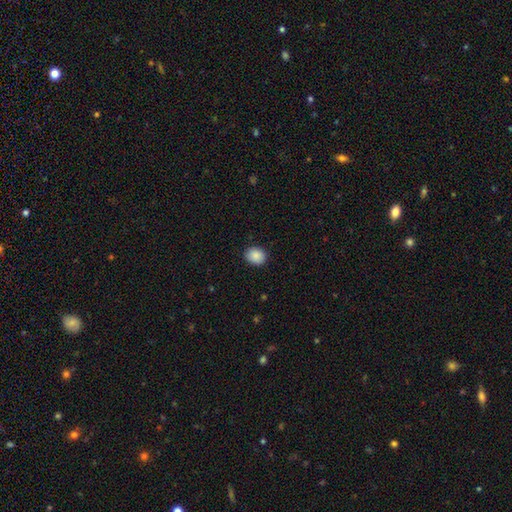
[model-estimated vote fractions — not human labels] This appears to be a smooth galaxy with no disk features (88%) that is round (52%). Merging: none (88%).